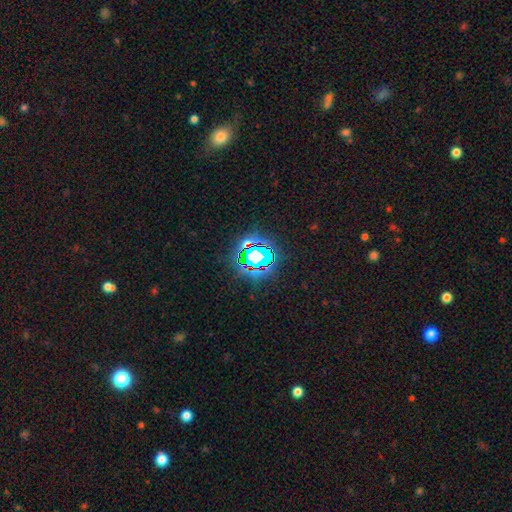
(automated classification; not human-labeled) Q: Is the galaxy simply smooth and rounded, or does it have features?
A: star or artifact — 66%.